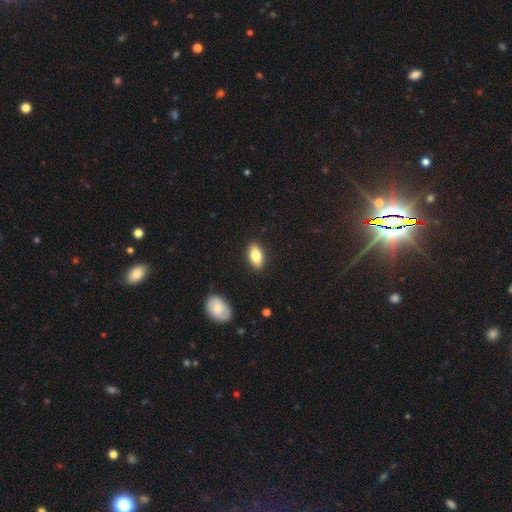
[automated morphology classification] Smooth or featured? smooth (77%)
How rounded? in between (88%)
Merging? none (88%)